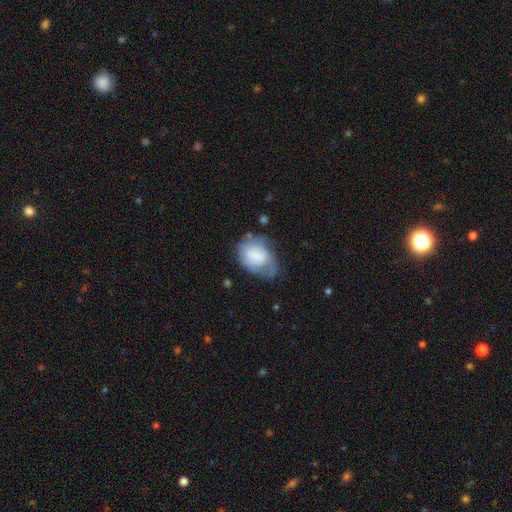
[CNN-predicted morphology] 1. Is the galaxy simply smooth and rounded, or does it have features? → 55% smooth, 38% featured or disk, 7% star or artifact.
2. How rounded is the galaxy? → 71% in between, 27% round, 1% cigar-shaped.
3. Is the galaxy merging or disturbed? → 35% minor disturbance, 33% none, 28% major disturbance, 4% merger.